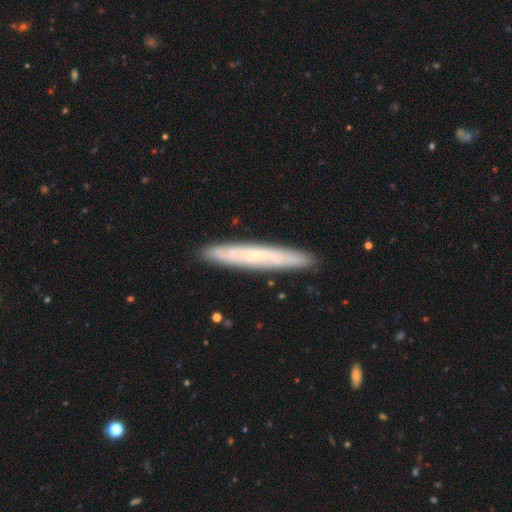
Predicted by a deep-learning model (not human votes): smooth_or_featured: featured or disk (p=0.49) [alt: smooth p=0.44]
merging: none (p=0.89) [alt: minor disturbance p=0.08]